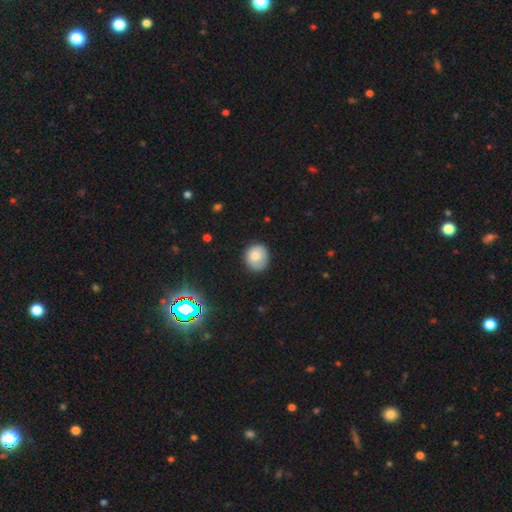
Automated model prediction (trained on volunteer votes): A smooth galaxy with no disk features (80%) that is round (75%). Merging: none (77%).